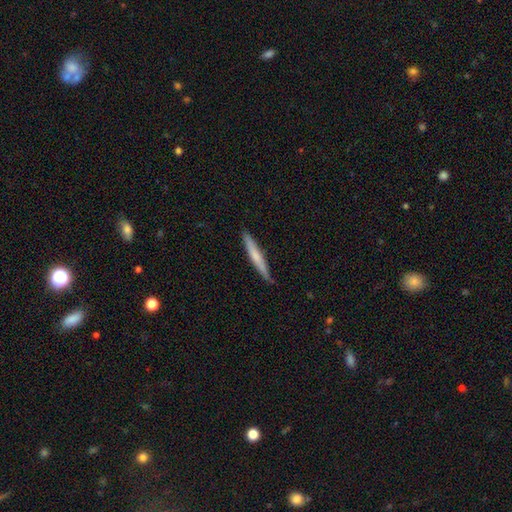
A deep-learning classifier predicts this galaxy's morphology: A smooth galaxy with no disk features (62%) that is cigar-shaped (96%).

Vote fractions:
- Smooth or featured? smooth: 62% / featured or disk: 33% / star or artifact: 5%
- How rounded? cigar-shaped: 96% / in between: 3% / round: 1%
- Merging? none: 86% / minor disturbance: 11% / major disturbance: 2% / merger: 1%